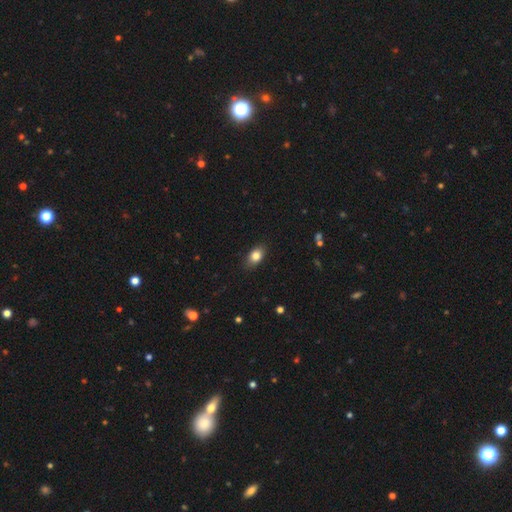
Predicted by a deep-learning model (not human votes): smooth_or_featured: smooth (p=0.82) [alt: featured or disk p=0.09]
how_rounded: in between (p=0.83) [alt: round p=0.14]
merging: none (p=0.85) [alt: minor disturbance p=0.12]